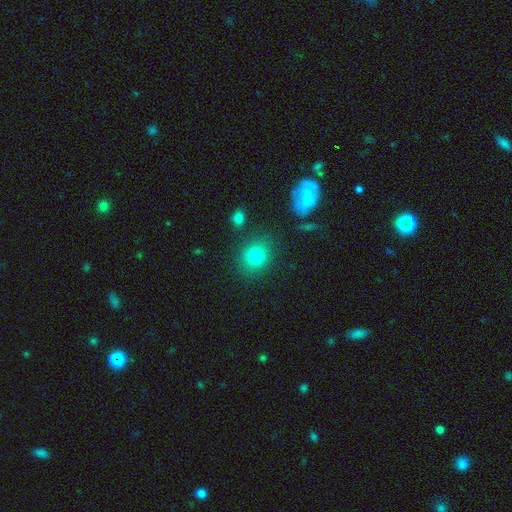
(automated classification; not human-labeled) smooth_or_featured: smooth (p=0.79) [alt: star or artifact p=0.13]
how_rounded: round (p=0.71) [alt: in between p=0.27]
merging: none (p=0.82) [alt: minor disturbance p=0.10]